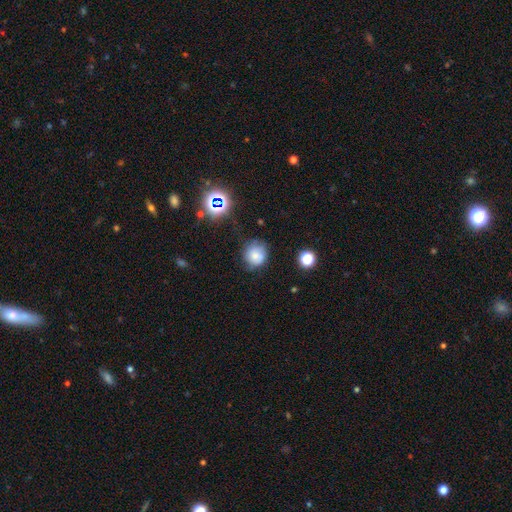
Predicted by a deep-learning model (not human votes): Overall: smooth (68%). How rounded: round (85%). Merging: none (62%; minor disturbance 26%).